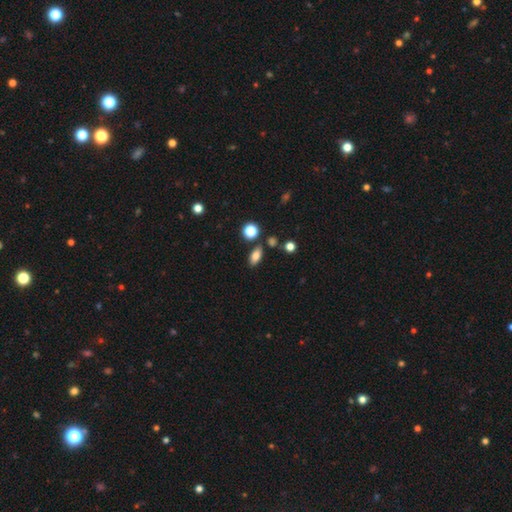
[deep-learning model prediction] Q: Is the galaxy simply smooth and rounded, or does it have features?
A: smooth — 80%.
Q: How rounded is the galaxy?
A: in between — 82%.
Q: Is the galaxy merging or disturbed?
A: none — 81%.